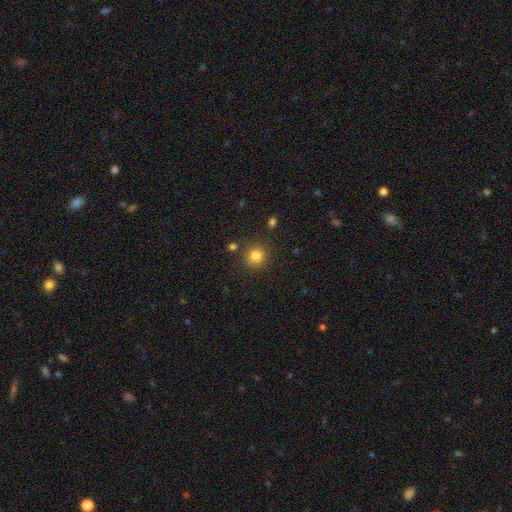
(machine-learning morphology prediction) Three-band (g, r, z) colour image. It shows a smooth galaxy with no disk features (82%) that is round (89%). Merging: none (83%).